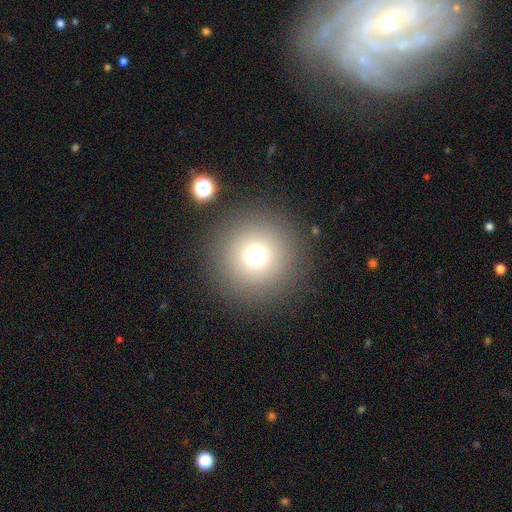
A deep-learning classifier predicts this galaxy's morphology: Overall: smooth (73%). How rounded: round (97%). Merging: none (89%).